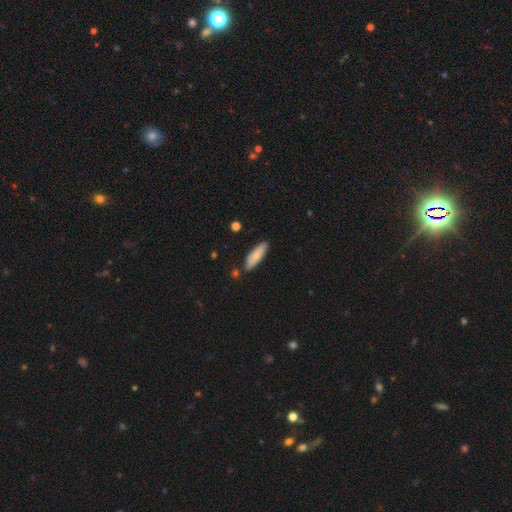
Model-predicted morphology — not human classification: A smooth galaxy with no disk features (80%) that is cigar-shaped (55%).

Vote fractions:
- Smooth or featured? smooth: 80% / featured or disk: 15% / star or artifact: 6%
- How rounded? cigar-shaped: 55% / in between: 44% / round: 2%
- Merging? none: 82% / minor disturbance: 13% / merger: 4% / major disturbance: 2%